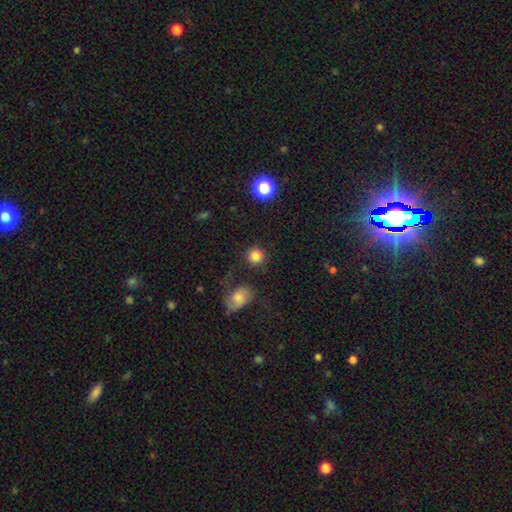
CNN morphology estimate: smooth_or_featured: smooth (p=0.81) [alt: star or artifact p=0.12]
how_rounded: round (p=0.90) [alt: in between p=0.09]
merging: none (p=0.77) [alt: minor disturbance p=0.11]